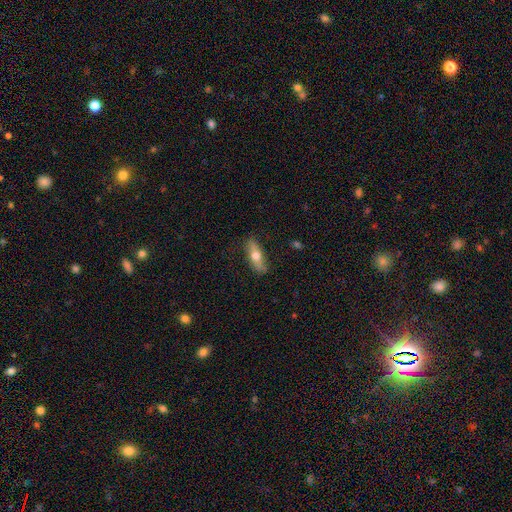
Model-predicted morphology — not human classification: A smooth galaxy with no disk features (54%) that is cigar-shaped (49%). Merging: none (83%).